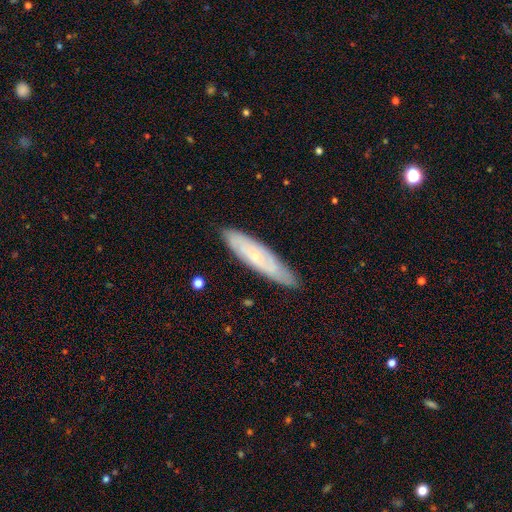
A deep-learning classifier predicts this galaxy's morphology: Smooth or featured? featured or disk (51%)
Edge-on disk? no (57%)
Merging? none (84%)